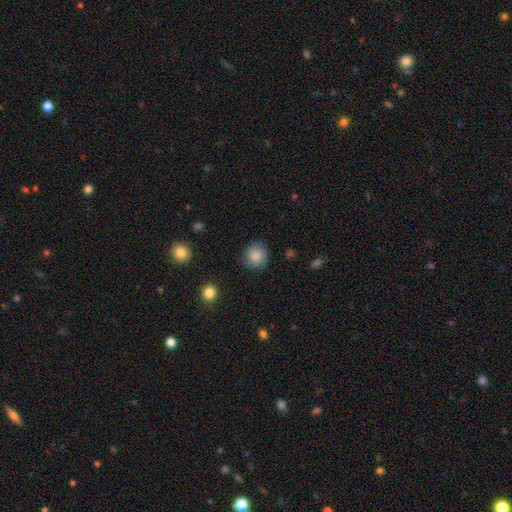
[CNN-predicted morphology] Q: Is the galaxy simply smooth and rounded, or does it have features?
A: smooth — 85%.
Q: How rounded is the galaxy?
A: round — 87%.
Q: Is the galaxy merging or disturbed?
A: none — 81%.